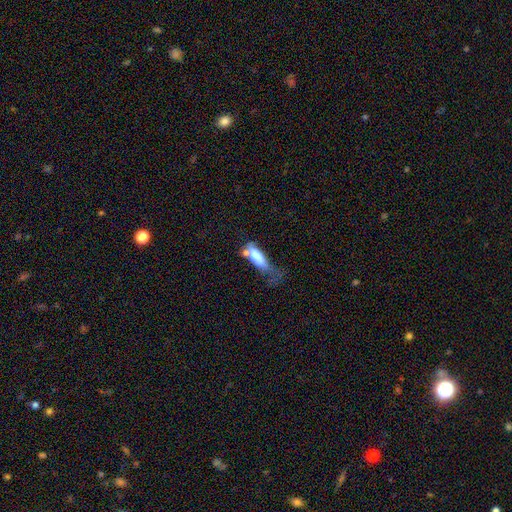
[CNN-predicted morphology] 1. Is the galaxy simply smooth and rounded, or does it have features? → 67% smooth, 25% featured or disk, 8% star or artifact.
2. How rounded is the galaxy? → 66% in between, 31% cigar-shaped, 3% round.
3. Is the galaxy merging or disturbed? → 34% major disturbance, 27% merger, 21% minor disturbance, 18% none.